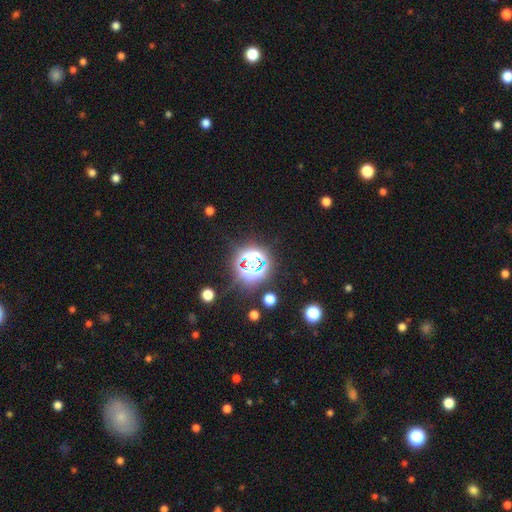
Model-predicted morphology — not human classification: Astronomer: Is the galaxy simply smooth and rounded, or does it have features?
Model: star or artifact — 74%.